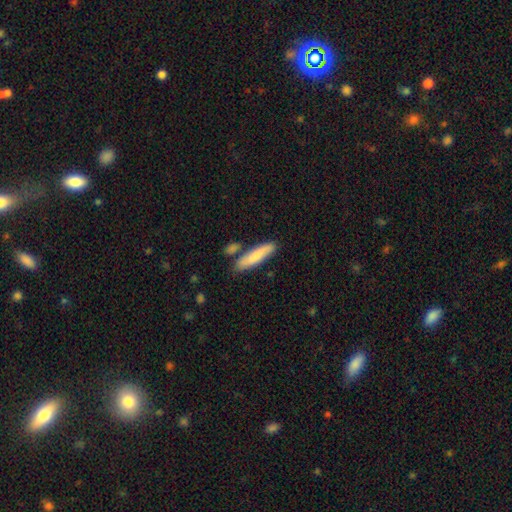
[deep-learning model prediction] Overall: smooth (76%). How rounded: cigar-shaped (77%). Merging: none (72%).